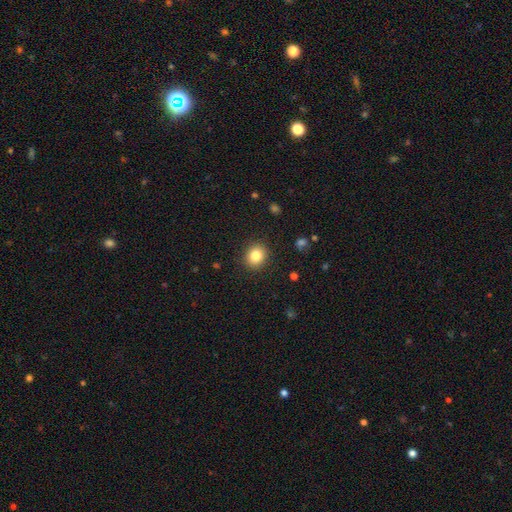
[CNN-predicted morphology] Smooth or featured? Predicted: smooth (p=0.83). How rounded? Predicted: round (p=0.75). Merging? Predicted: none (p=0.90).